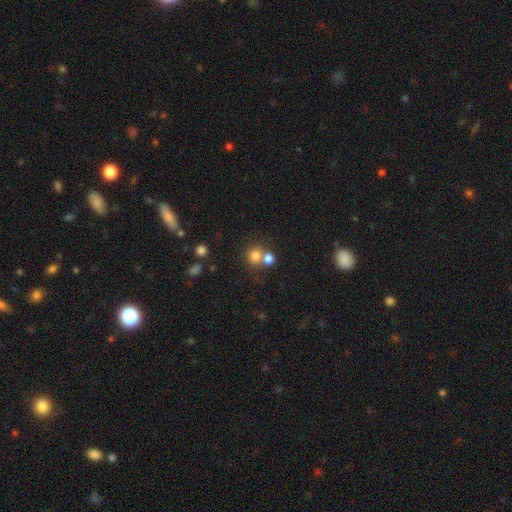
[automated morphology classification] Smooth or featured? smooth (78%)
How rounded? round (85%)
Merging? none (47%)